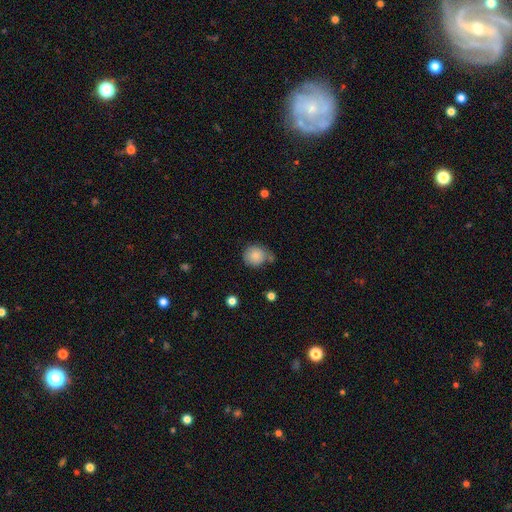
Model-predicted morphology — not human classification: Smooth or featured: smooth — 83% (star or artifact — 9%)
How rounded: round — 87% (in between — 12%)
Merging: none — 63% (minor disturbance — 20%)